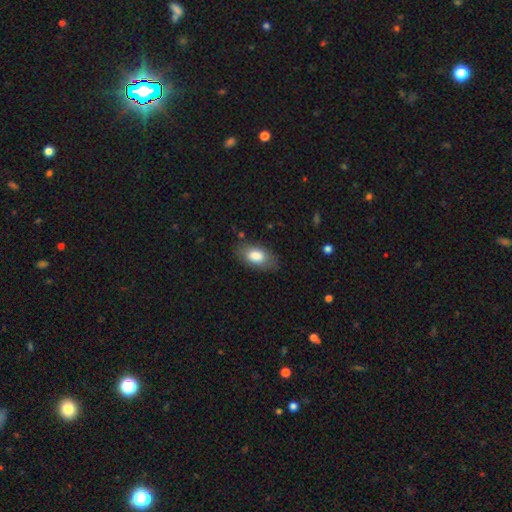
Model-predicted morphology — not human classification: Smooth or featured? smooth (80%)
How rounded? in between (92%)
Merging? none (78%)